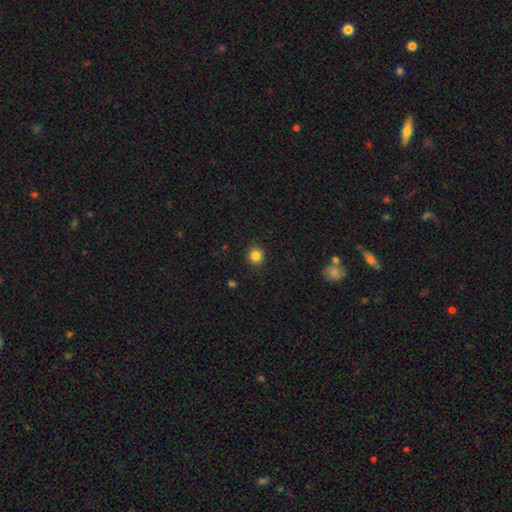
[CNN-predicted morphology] Smooth or featured: smooth — 84% (star or artifact — 12%)
How rounded: round — 91% (in between — 8%)
Merging: none — 91% (minor disturbance — 6%)